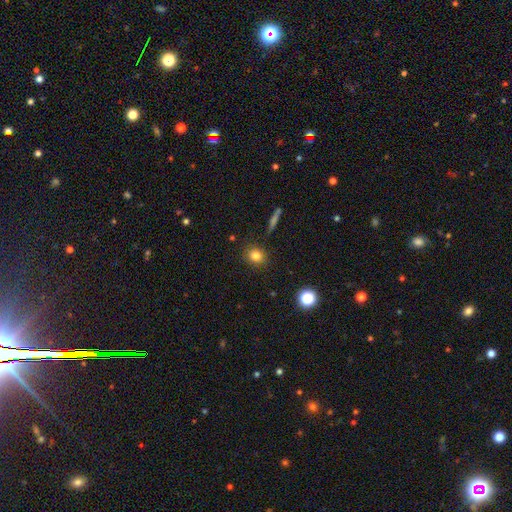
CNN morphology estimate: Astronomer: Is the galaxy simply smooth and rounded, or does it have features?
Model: smooth — 81%.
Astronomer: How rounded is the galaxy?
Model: round — 81%.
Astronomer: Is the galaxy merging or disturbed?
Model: none — 88%.